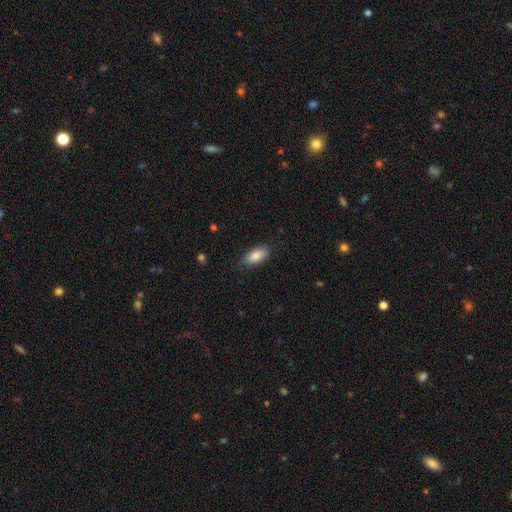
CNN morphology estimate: Overall: smooth (85%). How rounded: in between (88%). Merging: none (81%).